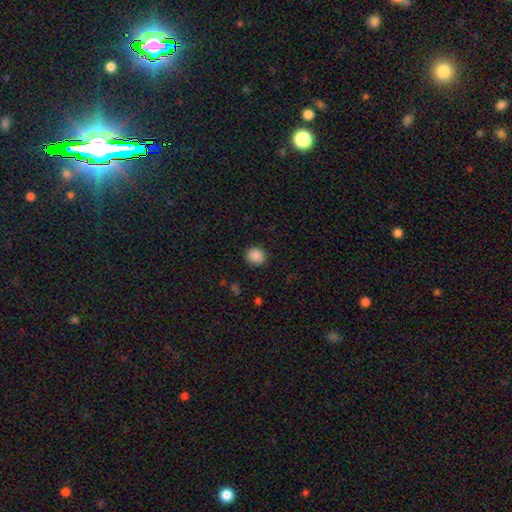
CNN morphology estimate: smooth-or-featured: smooth: 88% | star or artifact: 9% | featured or disk: 3%
  how-rounded: round: 86% | in between: 13% | cigar-shaped: 1%
  merging: none: 90% | minor disturbance: 7% | major disturbance: 2% | merger: 1%